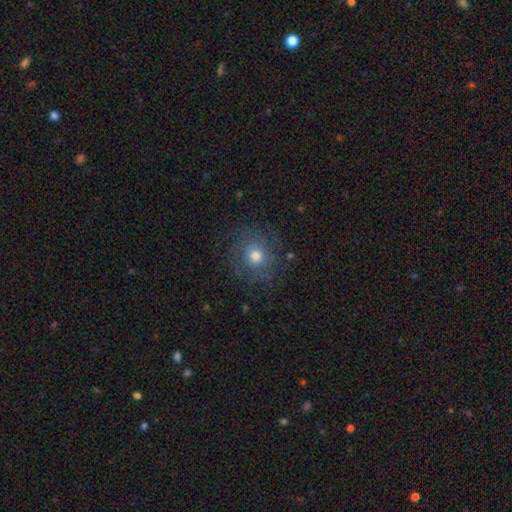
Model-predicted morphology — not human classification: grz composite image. It shows a featured or disk galaxy (44%, tied with smooth). Merging: none (76%).